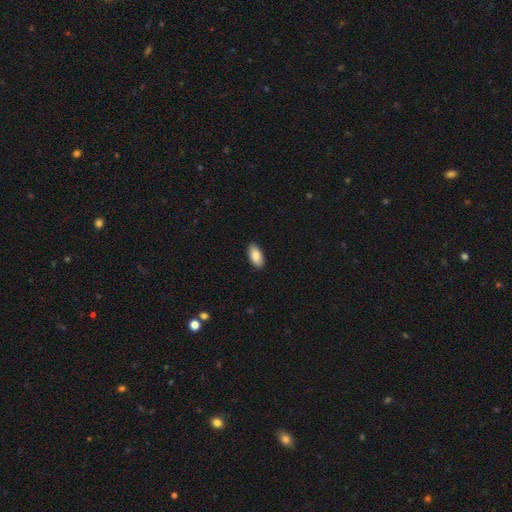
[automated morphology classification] Smooth or featured? smooth (88%)
How rounded? in between (93%)
Merging? none (89%)